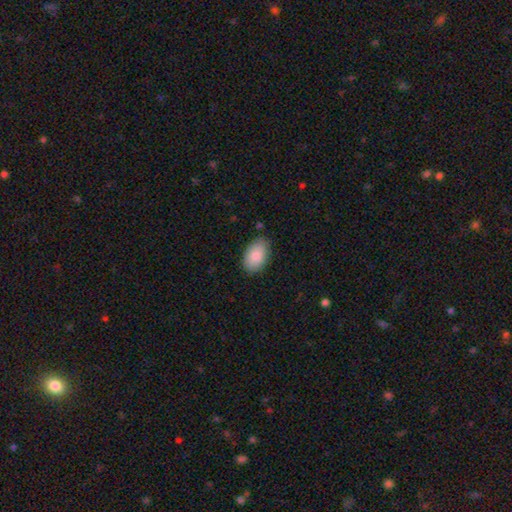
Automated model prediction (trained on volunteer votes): smooth_or_featured: smooth (p=0.89) [alt: star or artifact p=0.06]
how_rounded: in between (p=0.94) [alt: round p=0.05]
merging: none (p=0.82) [alt: minor disturbance p=0.14]